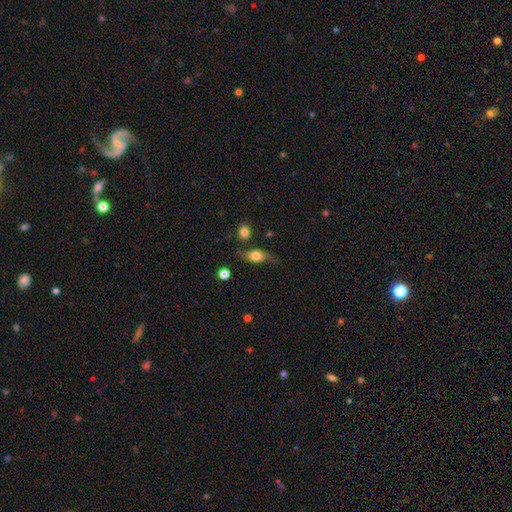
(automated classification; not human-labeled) Smooth or featured?
  - smooth: 61% *
  - featured or disk: 31%
  - star or artifact: 9%
How rounded?
  - in between: 69% *
  - round: 18%
  - cigar-shaped: 13%
Merging?
  - none: 58% *
  - minor disturbance: 26%
  - major disturbance: 11%
  - merger: 6%